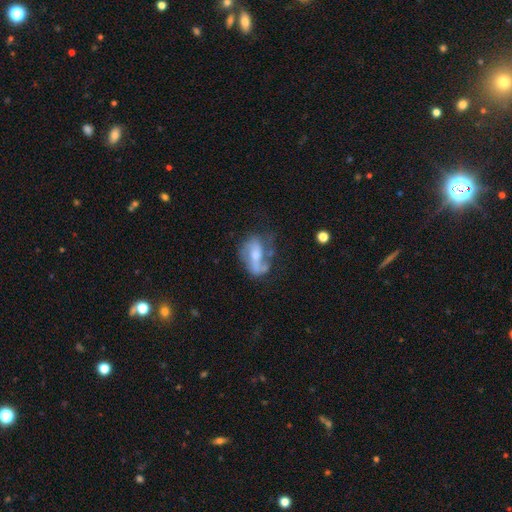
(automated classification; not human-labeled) smooth_or_featured: featured or disk (p=0.66) [alt: smooth p=0.26]
disk_edge_on: no (p=0.95) [alt: yes p=0.05]
bar: no (p=0.45) [alt: weak p=0.37]
has_spiral_arms: yes (p=0.73) [alt: no p=0.27]
bulge_size: moderate (p=0.46) [alt: small p=0.30]
merging: none (p=0.39) [alt: major disturbance p=0.28]